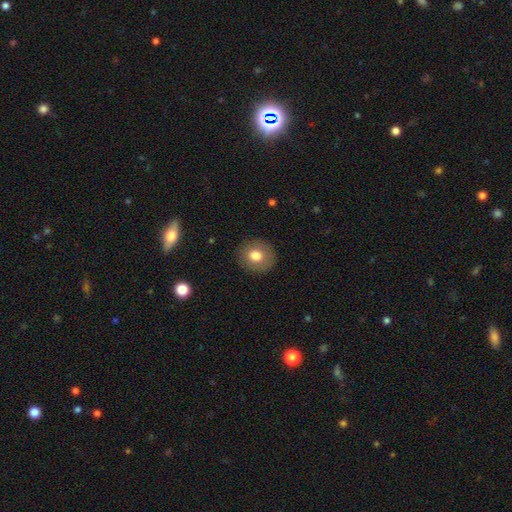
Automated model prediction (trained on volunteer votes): smooth 77%, featured or disk 14%, star or artifact 9%. Down the decision tree: how rounded — round (84%); merging — none (89%).